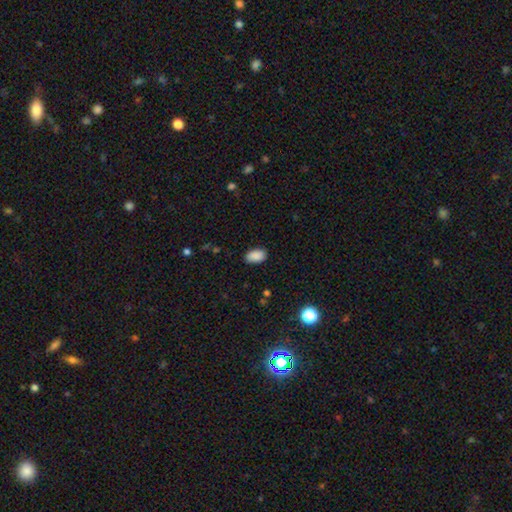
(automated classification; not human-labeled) Smooth or featured? smooth (89%)
How rounded? in between (92%)
Merging? none (86%)